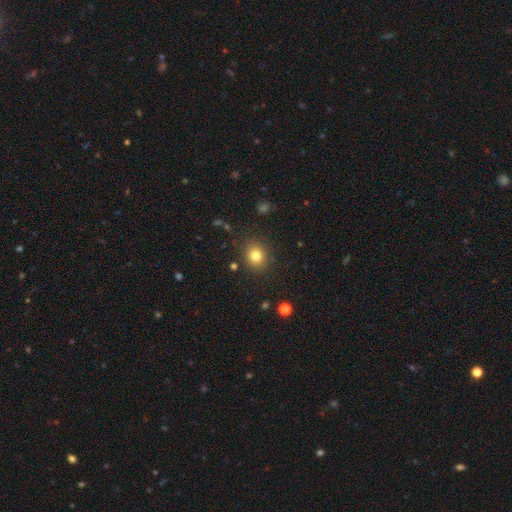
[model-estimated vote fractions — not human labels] Smooth or featured? Predicted: smooth (p=0.80). How rounded? Predicted: round (p=0.77). Merging? Predicted: none (p=0.87).